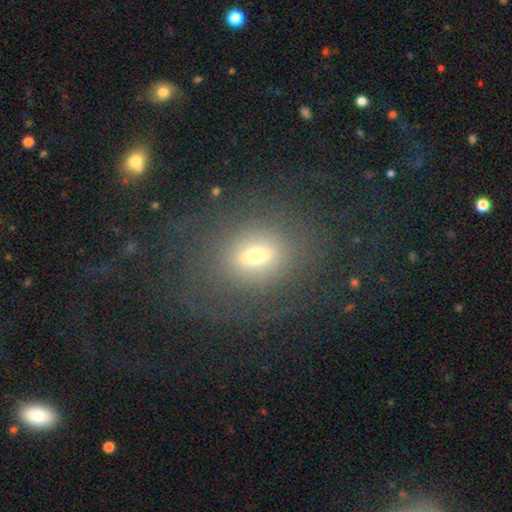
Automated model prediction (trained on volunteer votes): Smooth or featured?
  - smooth: 48% *
  - featured or disk: 35%
  - star or artifact: 17%
Merging?
  - none: 72% *
  - minor disturbance: 14%
  - major disturbance: 13%
  - merger: 2%